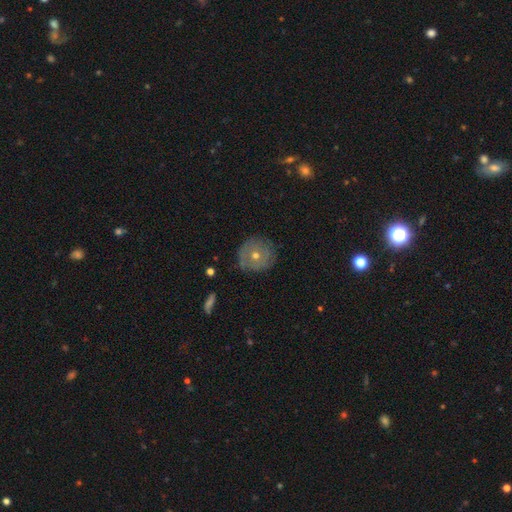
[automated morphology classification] A featured or disk galaxy (49%). Merging: none (82%).